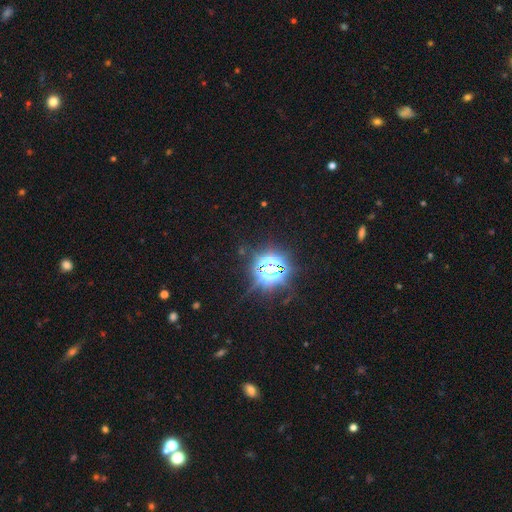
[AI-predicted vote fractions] smooth-or-featured: star or artifact: 82% | smooth: 11% | featured or disk: 8%